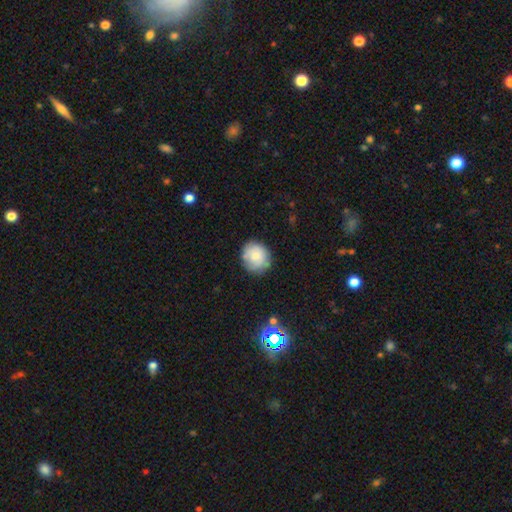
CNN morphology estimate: smooth-or-featured: smooth: 75% | featured or disk: 17% | star or artifact: 9%
  how-rounded: round: 78% | in between: 21% | cigar-shaped: 1%
  merging: none: 76% | minor disturbance: 17% | major disturbance: 4% | merger: 2%